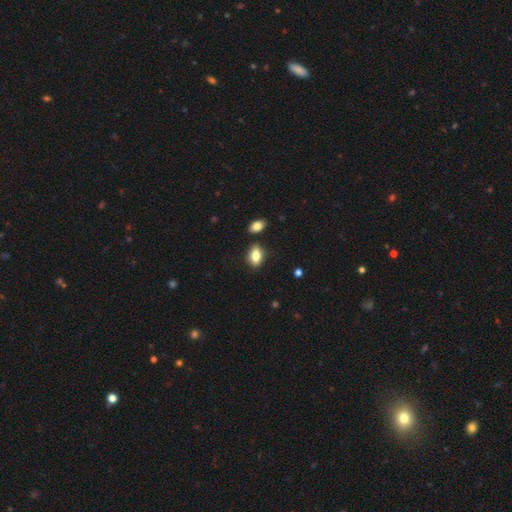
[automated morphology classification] Smooth or featured? Predicted: smooth (p=0.80). How rounded? Predicted: in between (p=0.86). Merging? Predicted: none (p=0.80).